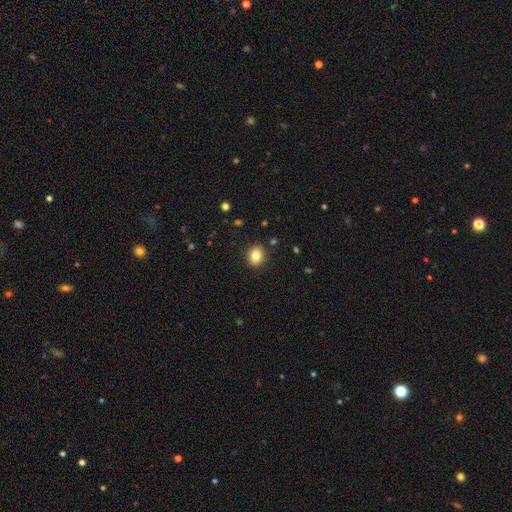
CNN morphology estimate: Smooth or featured? smooth (84%)
How rounded? round (55%)
Merging? none (90%)